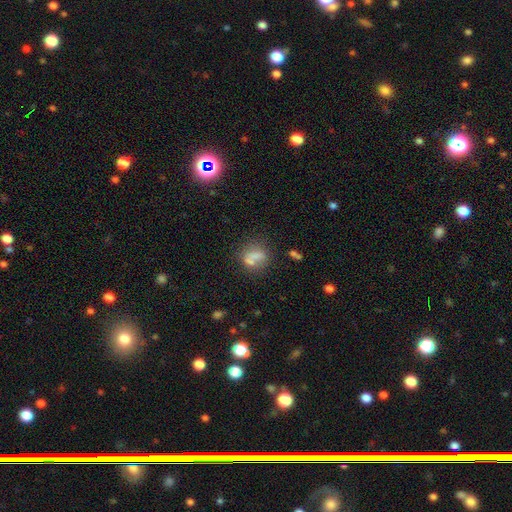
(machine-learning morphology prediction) smooth_or_featured: smooth (p=0.65) [alt: featured or disk p=0.21]
how_rounded: round (p=0.54) [alt: in between p=0.40]
merging: none (p=0.47) [alt: merger p=0.24]